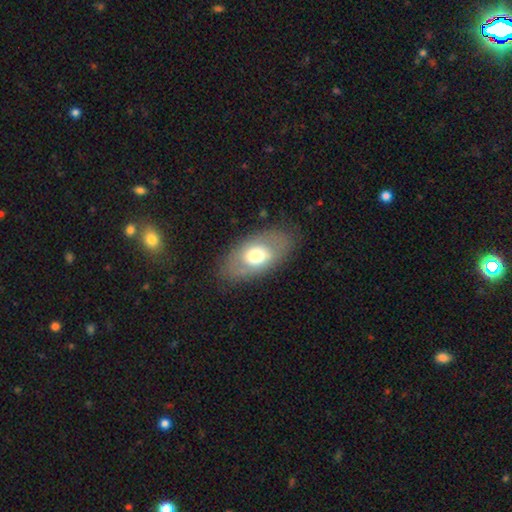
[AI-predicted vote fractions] Smooth or featured: smooth — 60% (featured or disk — 33%)
How rounded: in between — 90% (round — 8%)
Merging: none — 79% (minor disturbance — 14%)